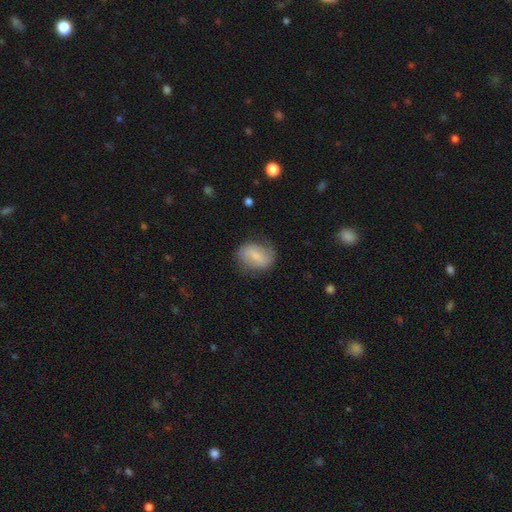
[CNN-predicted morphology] The model was most divided on "smooth or featured": smooth: 60%, featured or disk: 33%, star or artifact: 7%. More confident: how rounded — in between (71%); merging — none (69%).